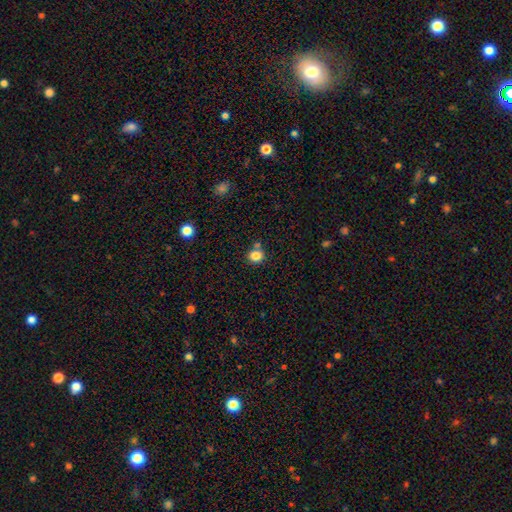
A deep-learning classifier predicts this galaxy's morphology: Smooth or featured? smooth (83%)
How rounded? round (86%)
Merging? none (71%)